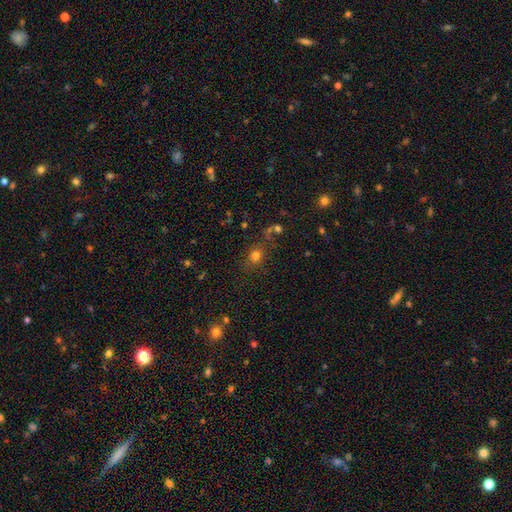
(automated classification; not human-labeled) Smooth or featured?
  - smooth: 74% *
  - star or artifact: 19%
  - featured or disk: 8%
How rounded?
  - round: 67% *
  - in between: 32%
  - cigar-shaped: 1%
Merging?
  - none: 75% *
  - minor disturbance: 13%
  - merger: 6%
  - major disturbance: 6%